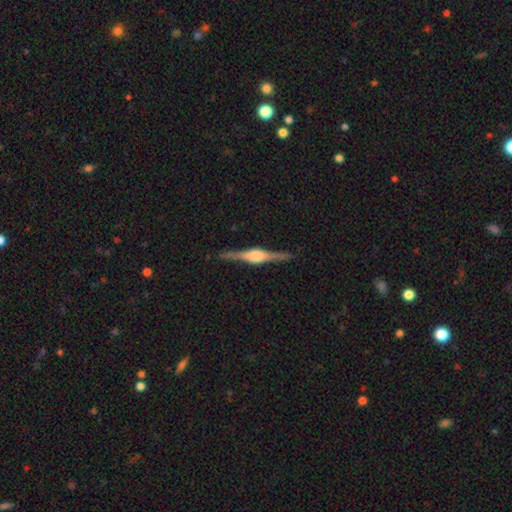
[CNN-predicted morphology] featured or disk 87%, smooth 7%, star or artifact 5%. Down the decision tree: edge-on disk — yes (98%); edge-on bulge — rounded (78%); merging — none (90%).